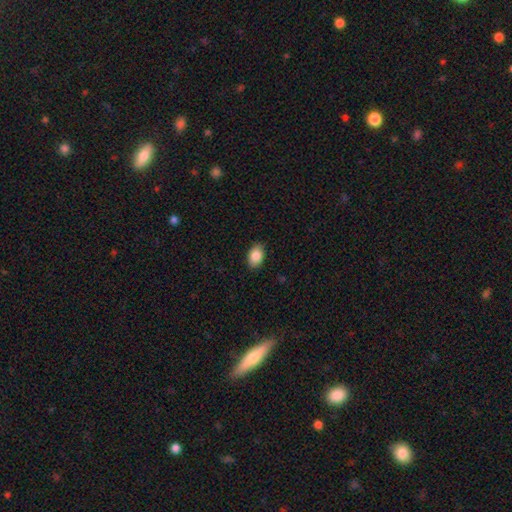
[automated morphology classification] Smooth or featured?
  - smooth: 88% *
  - star or artifact: 7%
  - featured or disk: 5%
How rounded?
  - in between: 87% *
  - round: 12%
  - cigar-shaped: 1%
Merging?
  - none: 87% *
  - minor disturbance: 10%
  - major disturbance: 2%
  - merger: 1%